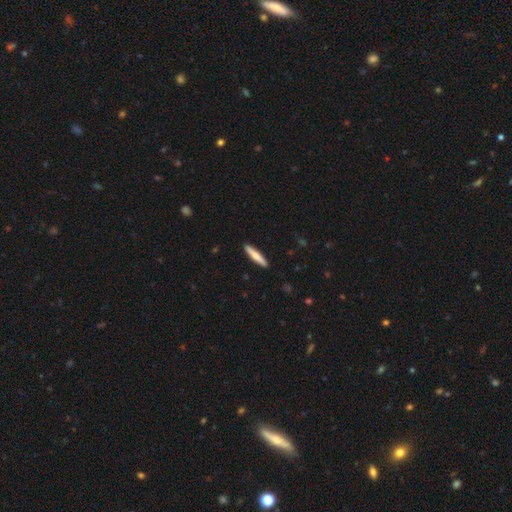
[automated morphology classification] Q: Smooth or featured?
A: smooth (70%); runner-up: featured or disk (25%)
Q: How rounded?
A: cigar-shaped (92%); runner-up: in between (7%)
Q: Merging?
A: none (92%); runner-up: minor disturbance (6%)